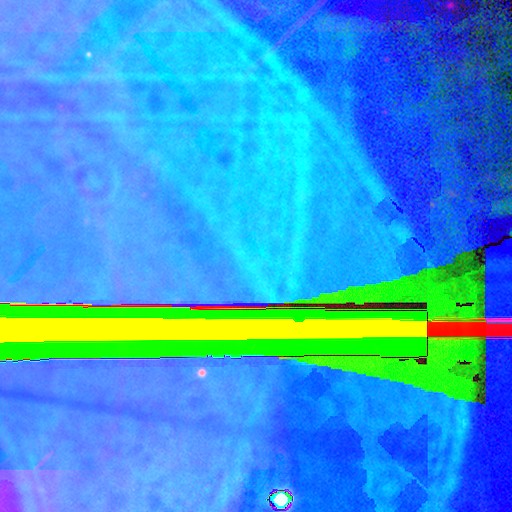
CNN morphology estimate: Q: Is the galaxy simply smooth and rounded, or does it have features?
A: star or artifact — 85%.